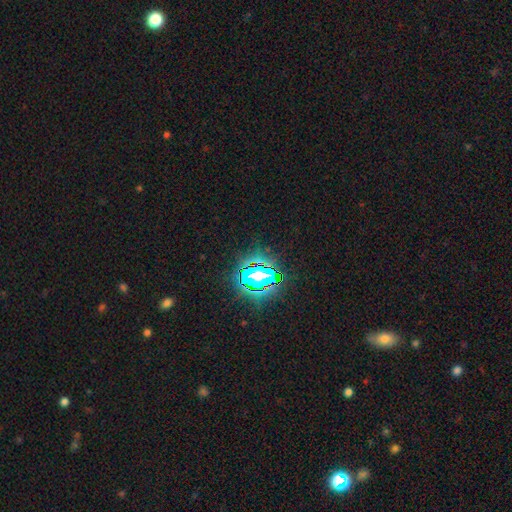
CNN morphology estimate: This appears to be a star or artifact, not a galaxy (82%).